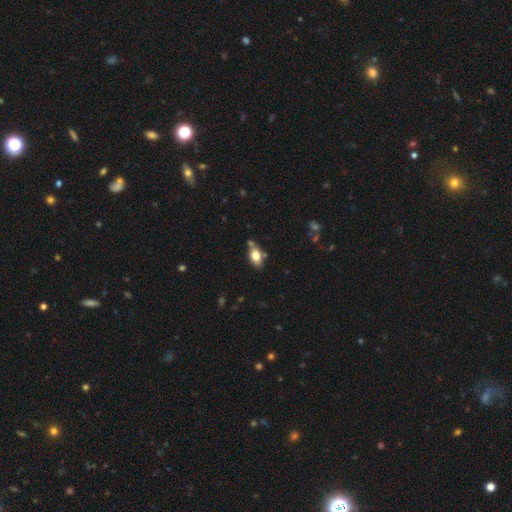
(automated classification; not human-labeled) Overall: smooth (77%). How rounded: in between (86%). Merging: none (68%).